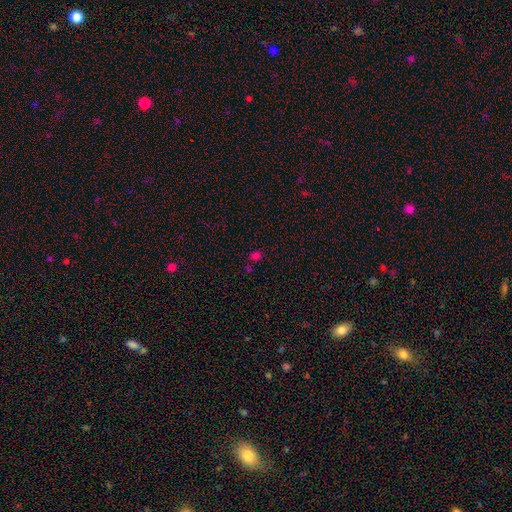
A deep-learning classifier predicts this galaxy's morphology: The model was most divided on "how rounded": round: 59%, in between: 40%, cigar-shaped: 1%. More confident: merging — none (70%); smooth or featured — smooth (64%).